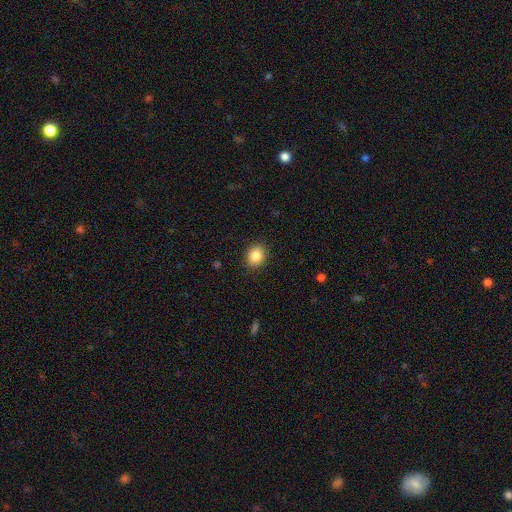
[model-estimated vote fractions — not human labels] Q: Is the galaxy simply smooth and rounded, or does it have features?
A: smooth — 85%.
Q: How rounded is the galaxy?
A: round — 51%.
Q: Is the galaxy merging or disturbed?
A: none — 88%.